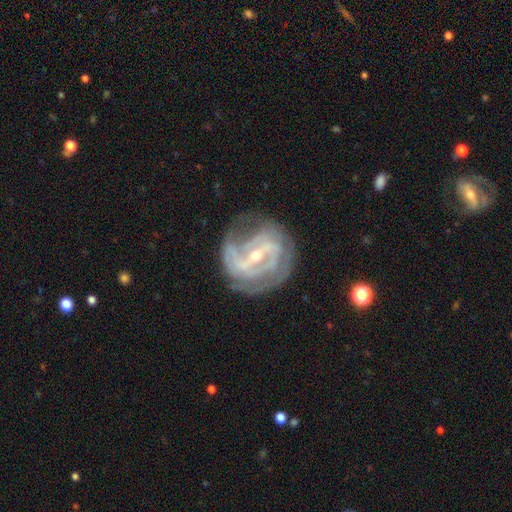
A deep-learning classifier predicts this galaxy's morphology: featured or disk 89%, smooth 6%, star or artifact 6%. Down the decision tree: edge-on disk — no (97%); bar — strong (55%); spiral arms — yes (94%); spiral arm count — 2 (45%); spiral winding — tight (49%); bulge size — small (65%); merging — none (66%).